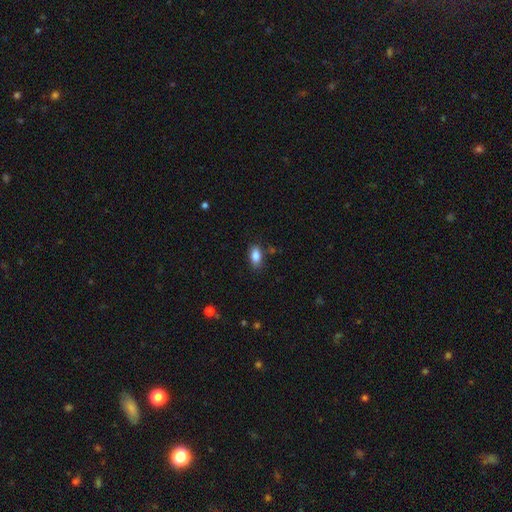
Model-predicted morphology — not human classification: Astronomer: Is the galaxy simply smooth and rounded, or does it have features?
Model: smooth — 85%.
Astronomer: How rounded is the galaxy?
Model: in between — 89%.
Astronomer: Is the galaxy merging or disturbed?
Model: none — 82%.